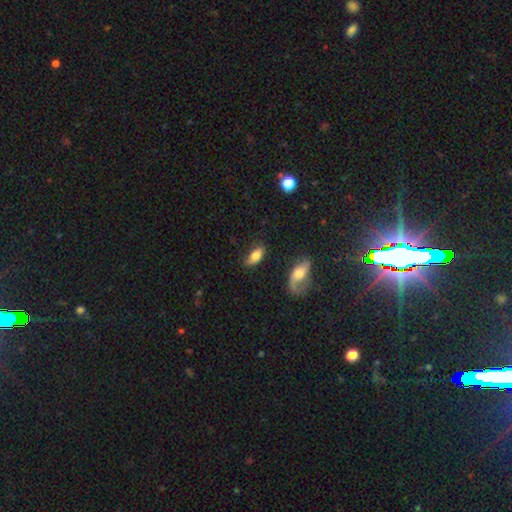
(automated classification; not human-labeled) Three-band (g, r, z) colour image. It shows a smooth galaxy with no disk features (74%) that is in between round and cigar-shaped (85%). Merging: none (68%).